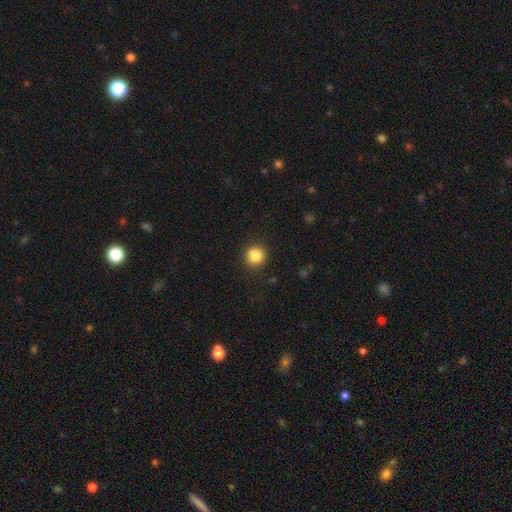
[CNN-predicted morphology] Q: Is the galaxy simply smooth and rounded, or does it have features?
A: smooth — 85%.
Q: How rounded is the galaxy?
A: round — 88%.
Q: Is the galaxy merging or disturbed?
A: none — 87%.